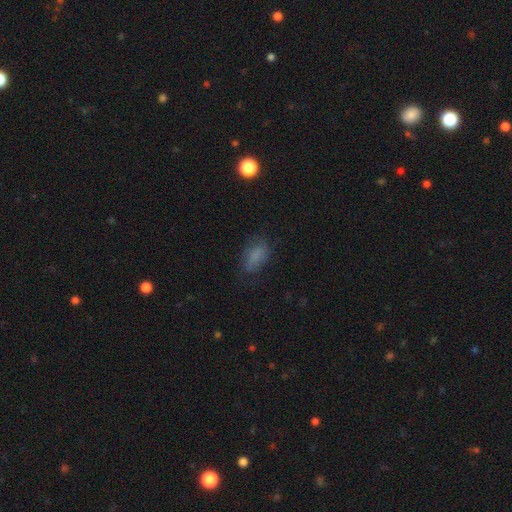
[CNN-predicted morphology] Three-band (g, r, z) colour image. It shows a smooth galaxy with no disk features (75%) that is in between round and cigar-shaped (85%). Merging: none (63%).